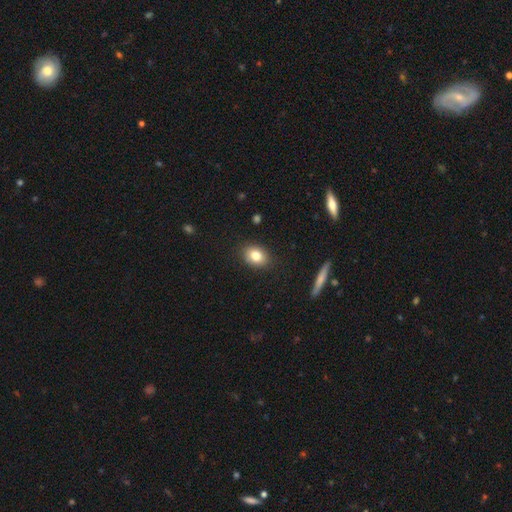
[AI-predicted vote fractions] This appears to be a smooth galaxy with no disk features (81%) that is in between round and cigar-shaped (64%). Merging: none (87%).